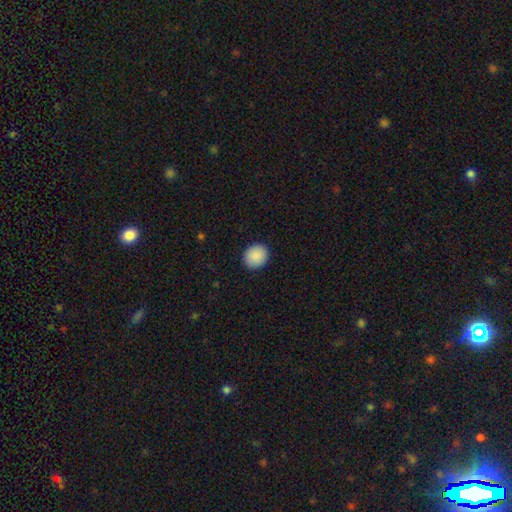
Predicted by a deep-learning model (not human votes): smooth_or_featured: smooth (p=0.90) [alt: star or artifact p=0.07]
how_rounded: round (p=0.71) [alt: in between p=0.28]
merging: none (p=0.90) [alt: minor disturbance p=0.07]